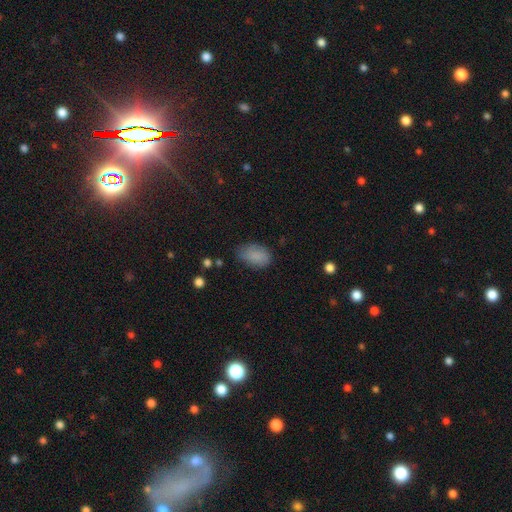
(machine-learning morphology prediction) The model was most divided on "merging": none: 66%, minor disturbance: 26%, major disturbance: 6%, merger: 2%. More confident: how rounded — in between (90%); smooth or featured — smooth (85%).